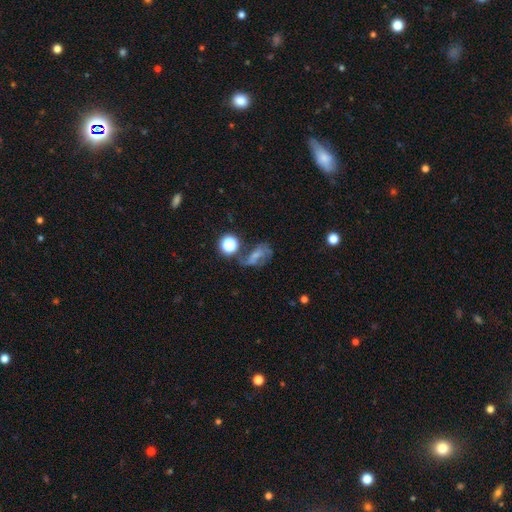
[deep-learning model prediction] smooth-or-featured: featured or disk: 45% | smooth: 36% | star or artifact: 18%
  merging: none: 36% | major disturbance: 30% | minor disturbance: 22% | merger: 13%